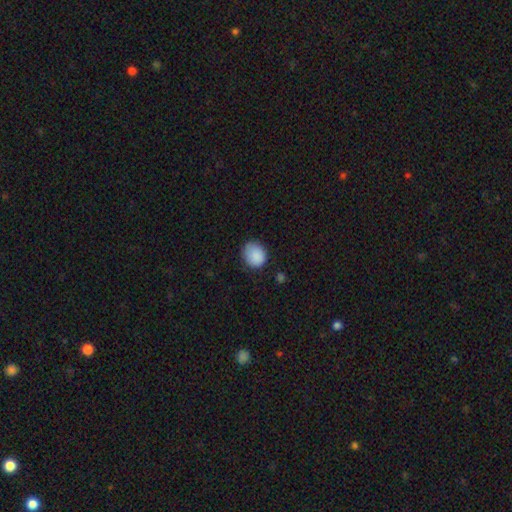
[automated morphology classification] This appears to be a smooth galaxy with no disk features (88%) that is round (66%). Merging: none (71%).